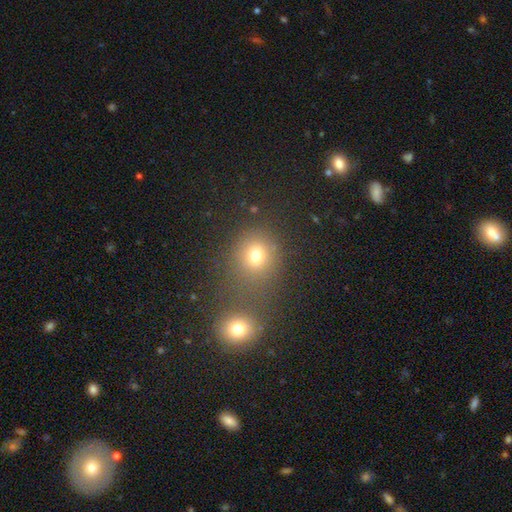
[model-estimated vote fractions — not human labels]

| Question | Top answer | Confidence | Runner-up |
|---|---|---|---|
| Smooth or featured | smooth | 73% | star or artifact (19%) |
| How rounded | round | 81% | in between (18%) |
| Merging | none | 62% | merger (25%) |